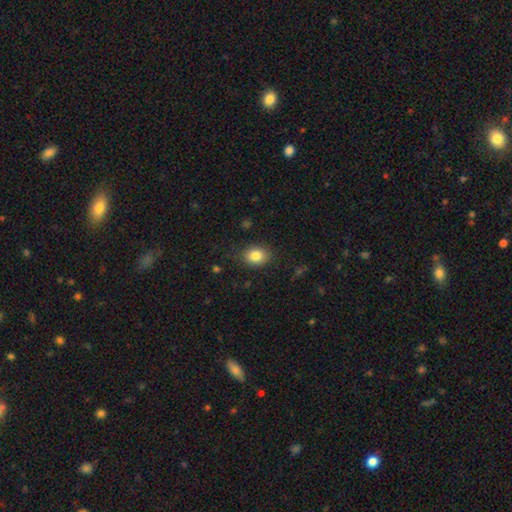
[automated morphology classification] Overall: smooth (84%). How rounded: in between (51%; round 48%). Merging: none (84%).